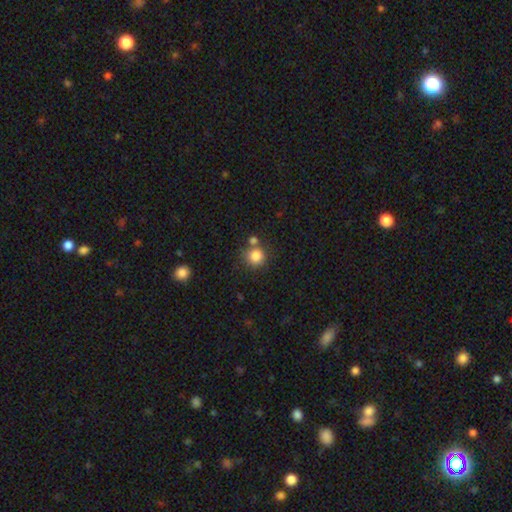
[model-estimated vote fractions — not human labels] Smooth or featured: smooth — 83% (star or artifact — 11%)
How rounded: round — 91% (in between — 8%)
Merging: none — 67% (merger — 19%)